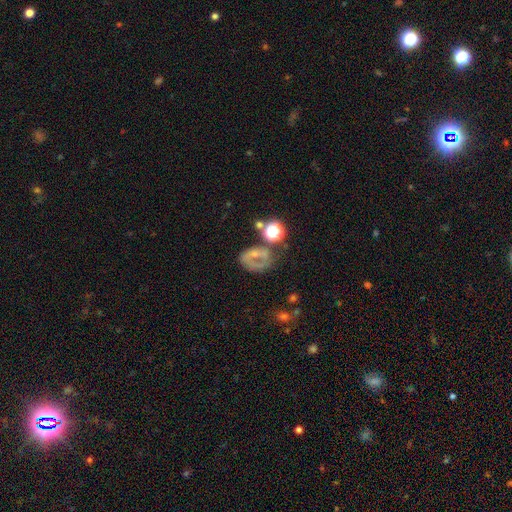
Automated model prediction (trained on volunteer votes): featured or disk 40%, smooth 32%, star or artifact 27%. Down the decision tree: merging — none (43%).